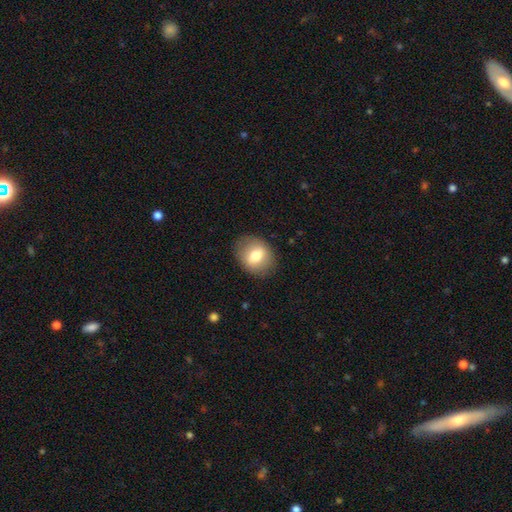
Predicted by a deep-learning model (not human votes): Smooth or featured?
  - smooth: 69% *
  - featured or disk: 23%
  - star or artifact: 8%
How rounded?
  - in between: 54% *
  - round: 45%
  - cigar-shaped: 1%
Merging?
  - none: 85% *
  - minor disturbance: 11%
  - major disturbance: 4%
  - merger: 1%